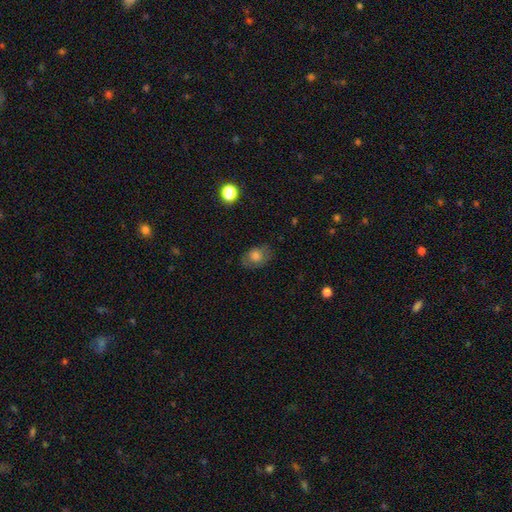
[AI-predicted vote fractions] Q: Smooth or featured?
A: smooth (71%); runner-up: featured or disk (18%)
Q: How rounded?
A: in between (71%); runner-up: round (28%)
Q: Merging?
A: none (73%); runner-up: minor disturbance (19%)